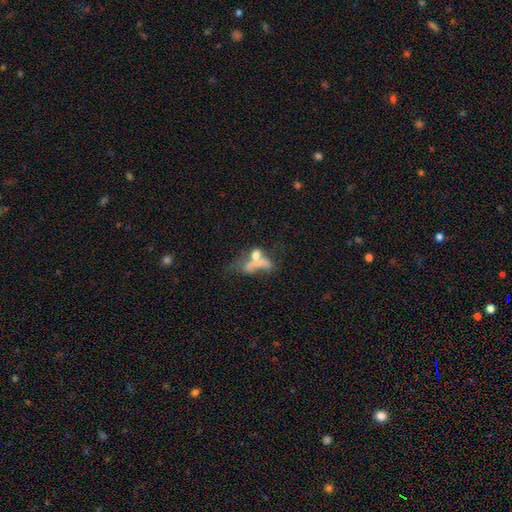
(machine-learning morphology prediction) smooth 44%, featured or disk 40%, star or artifact 17%. Down the decision tree: merging — merger (39%).